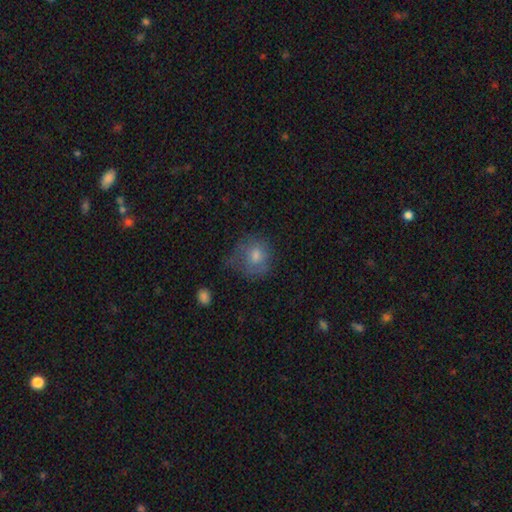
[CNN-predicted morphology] Smooth or featured: smooth — 67% (featured or disk — 21%)
How rounded: round — 80% (in between — 19%)
Merging: none — 54% (minor disturbance — 28%)